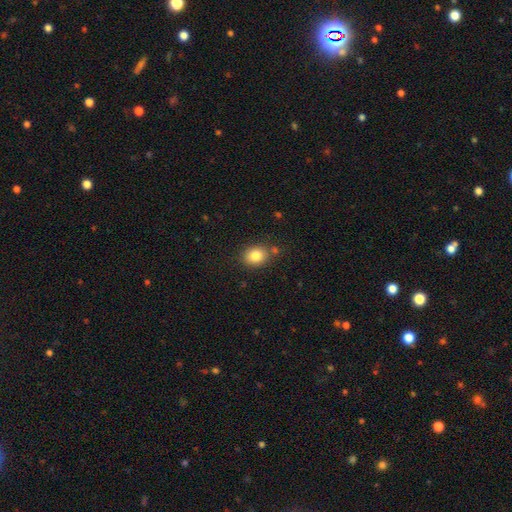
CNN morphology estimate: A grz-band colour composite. It shows a smooth galaxy with no disk features (83%) that is round (53%). Merging: none (79%).